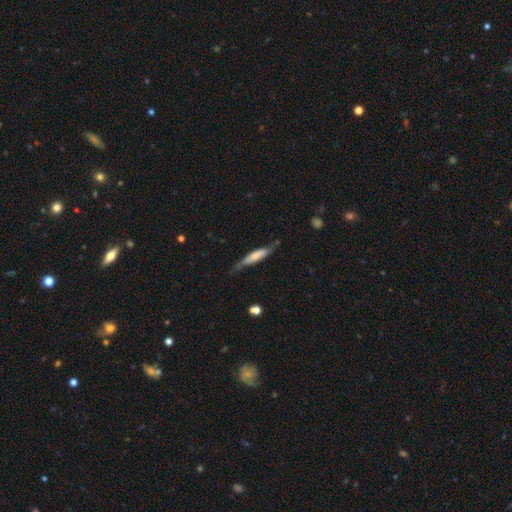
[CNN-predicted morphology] Q: Smooth or featured?
A: smooth (51%); runner-up: featured or disk (43%)
Q: How rounded?
A: cigar-shaped (83%); runner-up: in between (15%)
Q: Merging?
A: none (64%); runner-up: minor disturbance (26%)